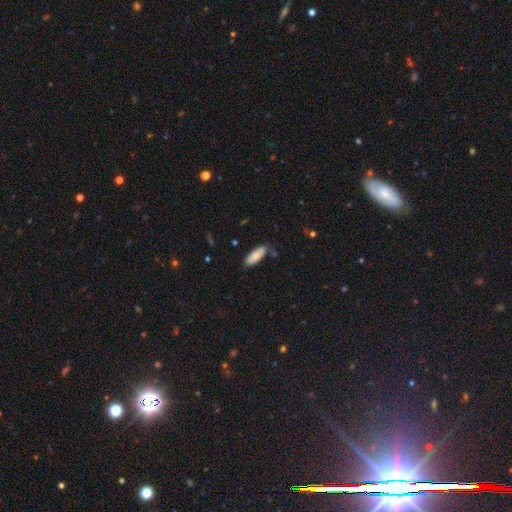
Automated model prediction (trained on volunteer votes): Smooth or featured? Predicted: smooth (p=0.81). How rounded? Predicted: in between (p=0.71). Merging? Predicted: none (p=0.76).